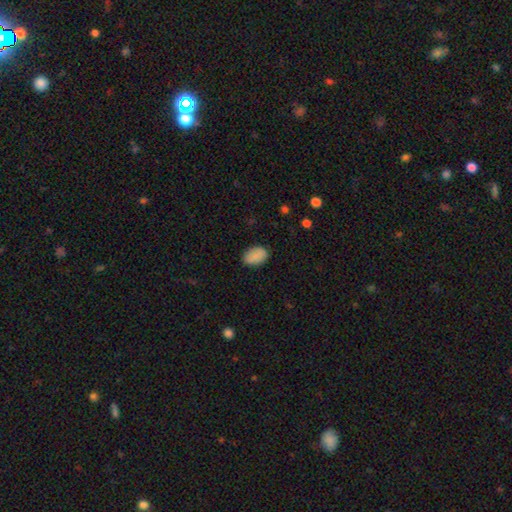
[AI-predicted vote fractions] Smooth or featured: smooth — 88% (star or artifact — 7%)
How rounded: in between — 87% (round — 11%)
Merging: none — 85% (minor disturbance — 12%)